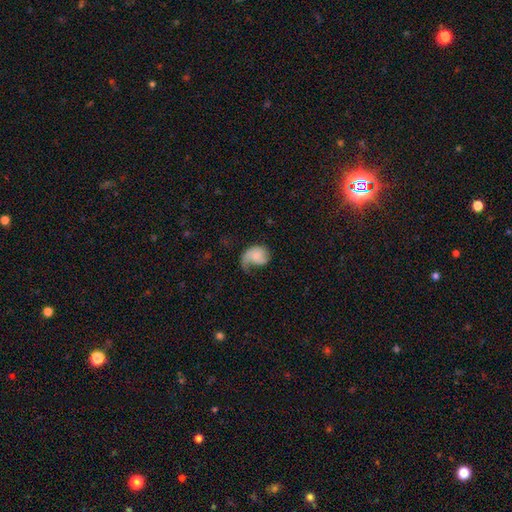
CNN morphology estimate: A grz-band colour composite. It shows a smooth galaxy with no disk features (49%). Merging: major disturbance (45%).